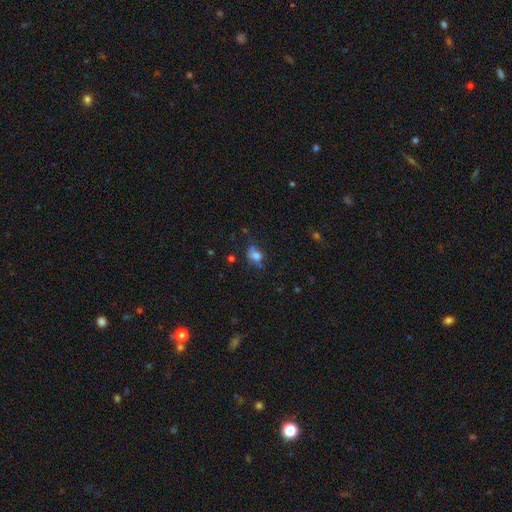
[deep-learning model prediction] smooth_or_featured: smooth (p=0.70) [alt: featured or disk p=0.16]
how_rounded: in between (p=0.59) [alt: round p=0.38]
merging: none (p=0.53) [alt: minor disturbance p=0.27]